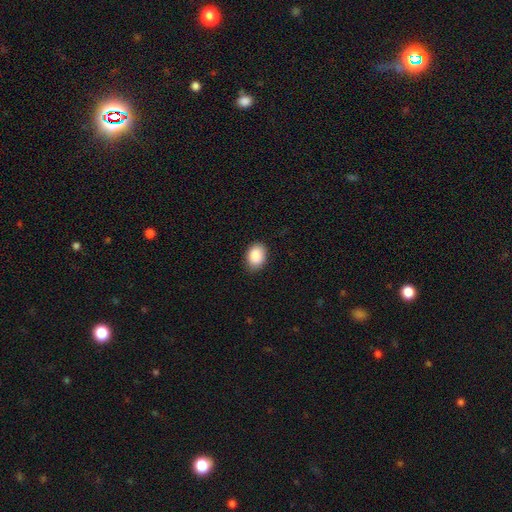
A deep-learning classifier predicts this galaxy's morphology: Smooth or featured? smooth (88%)
How rounded? in between (71%)
Merging? none (85%)